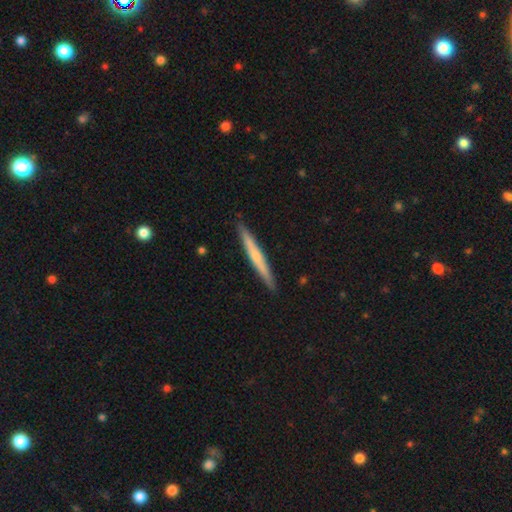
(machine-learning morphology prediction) type=featured or disk (49%); merging=none (91%).